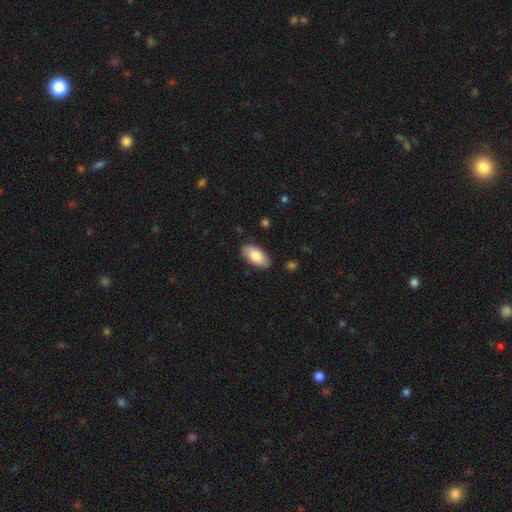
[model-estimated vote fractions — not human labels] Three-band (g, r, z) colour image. It shows a smooth galaxy with no disk features (79%) that is in between round and cigar-shaped (94%). Merging: none (84%).